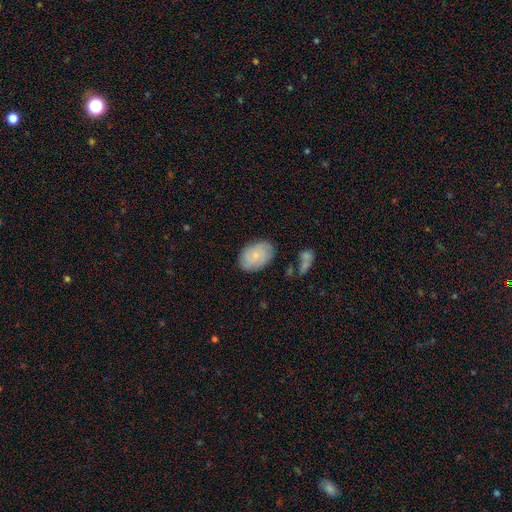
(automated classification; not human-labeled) Q: Smooth or featured?
A: featured or disk (48%); runner-up: smooth (44%)
Q: Merging?
A: none (78%); runner-up: minor disturbance (16%)